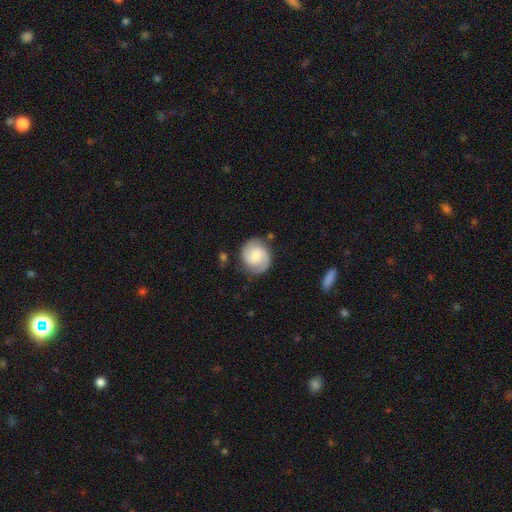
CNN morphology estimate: A featured or disk galaxy (65%) with no bar (47%), 2 (86%) medium (46%) spiral arms (94%) and a moderate central bulge (52%).

Vote fractions:
- Smooth or featured? featured or disk: 65% / smooth: 29% / star or artifact: 6%
- Edge-on disk? no: 98% / yes: 2%
- Bar? no: 47% / weak: 45% / strong: 8%
- Spiral arms? yes: 94% / no: 6%
- Spiral winding? medium: 46% / tight: 35% / loose: 19%
- Spiral arm count? 2: 86% / can't tell: 6% / 1: 5% / 3: 1% / 4: 1% / more than 4: 1%
- Bulge size? moderate: 52% / small: 35% / large: 7% / none: 5% / dominant: 1%
- Merging? none: 79% / minor disturbance: 15% / major disturbance: 5% / merger: 2%